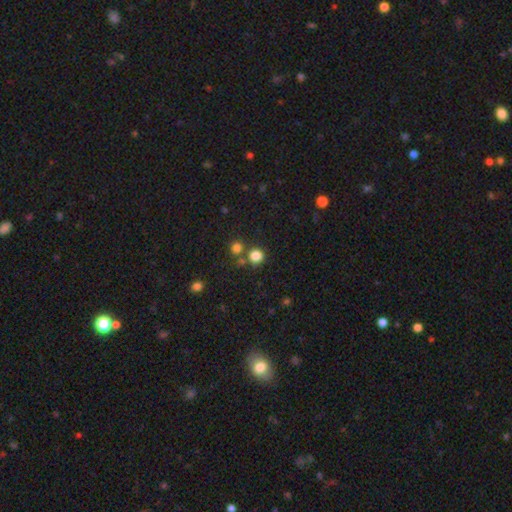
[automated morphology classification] Smooth or featured?
  - smooth: 81% *
  - star or artifact: 14%
  - featured or disk: 5%
How rounded?
  - round: 89% *
  - in between: 10%
  - cigar-shaped: 1%
Merging?
  - none: 72% *
  - merger: 17%
  - minor disturbance: 8%
  - major disturbance: 3%